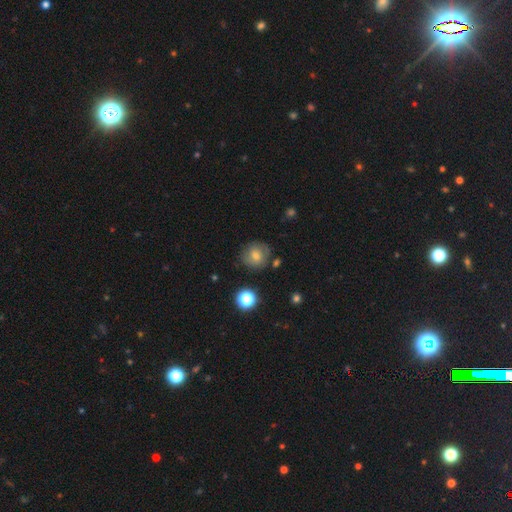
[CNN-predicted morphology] Overall: smooth (66%). How rounded: round (89%). Merging: none (77%).